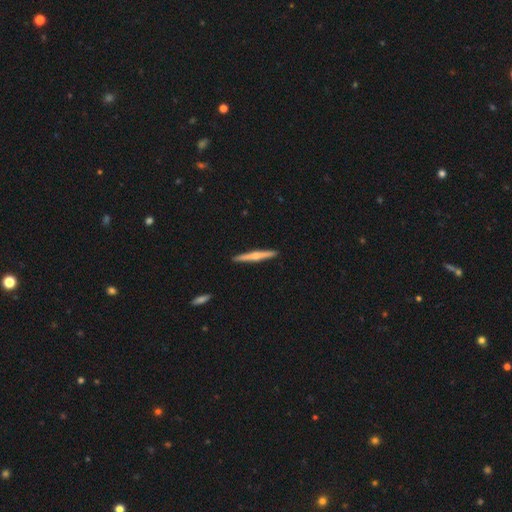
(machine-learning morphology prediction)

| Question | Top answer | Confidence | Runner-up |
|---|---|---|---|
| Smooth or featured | featured or disk | 59% | smooth (36%) |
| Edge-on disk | yes | 98% | no (2%) |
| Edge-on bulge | rounded | 80% | none (15%) |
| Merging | none | 92% | minor disturbance (5%) |